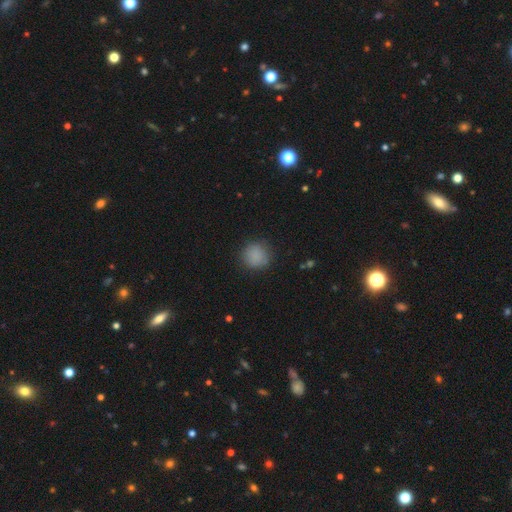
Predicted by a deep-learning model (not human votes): A smooth galaxy with no disk features (86%) that is round (91%).

Vote fractions:
- Smooth or featured? smooth: 86% / star or artifact: 10% / featured or disk: 5%
- How rounded? round: 91% / in between: 8% / cigar-shaped: 1%
- Merging? none: 85% / minor disturbance: 11% / major disturbance: 3% / merger: 1%